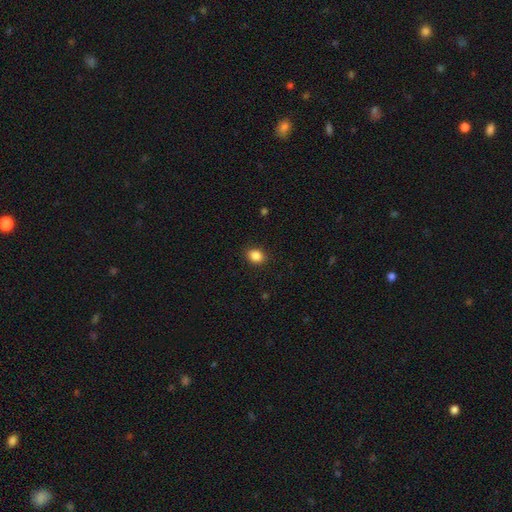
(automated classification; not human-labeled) Smooth or featured? Predicted: smooth (p=0.87). How rounded? Predicted: in between (p=0.50). Merging? Predicted: none (p=0.90).